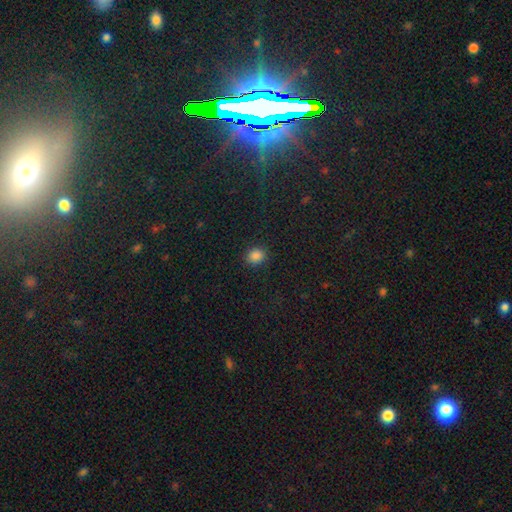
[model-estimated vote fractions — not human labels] Q: Smooth or featured?
A: smooth (85%); runner-up: star or artifact (12%)
Q: How rounded?
A: round (69%); runner-up: in between (30%)
Q: Merging?
A: none (89%); runner-up: minor disturbance (8%)